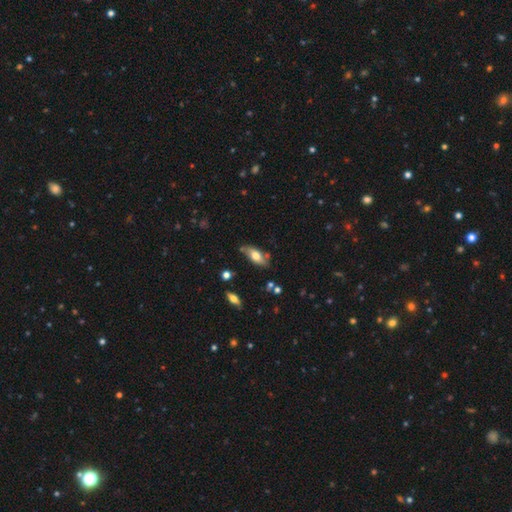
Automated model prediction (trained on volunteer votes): This appears to be a smooth galaxy with no disk features (64%) that is in between round and cigar-shaped (80%). Merging: none (71%).